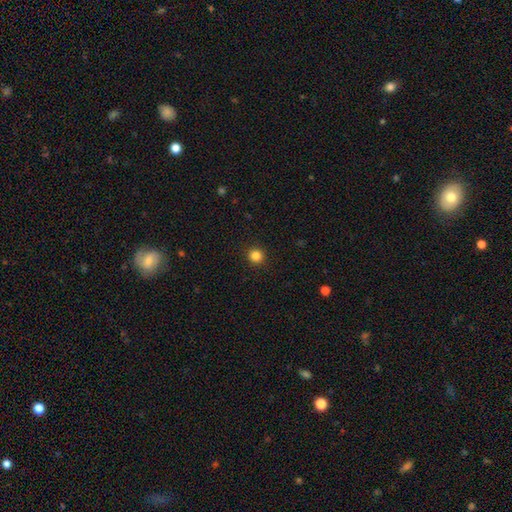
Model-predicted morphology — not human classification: Smooth or featured: smooth — 84% (star or artifact — 12%)
How rounded: round — 94% (in between — 5%)
Merging: none — 93% (minor disturbance — 5%)